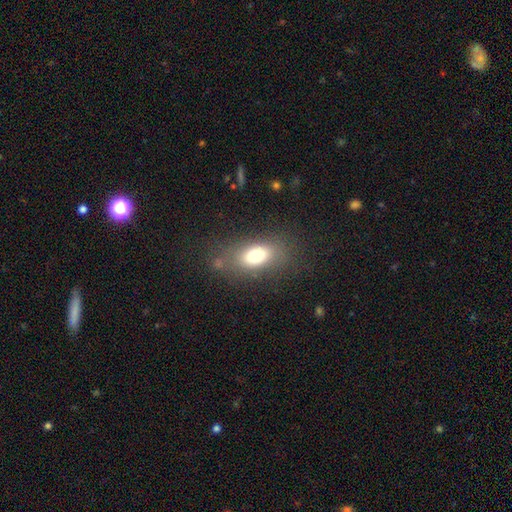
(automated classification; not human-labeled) This is likely a smooth galaxy (75%). How rounded: clearly in between (85%). Merging: likely none (72%).